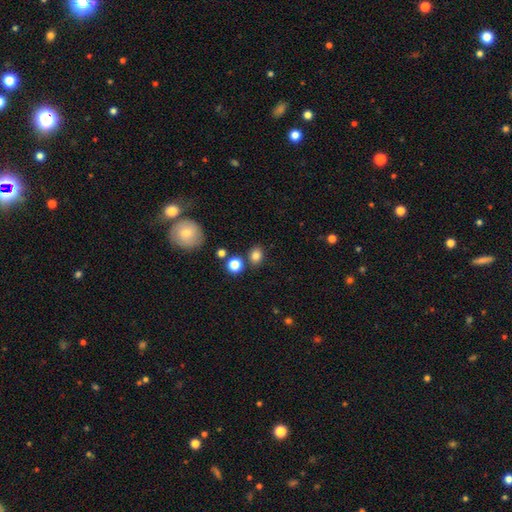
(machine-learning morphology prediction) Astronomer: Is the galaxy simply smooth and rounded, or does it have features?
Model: smooth — 81%.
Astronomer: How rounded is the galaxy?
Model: round — 57% (runner-up: in between, 42%).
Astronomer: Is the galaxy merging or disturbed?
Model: none — 77%.